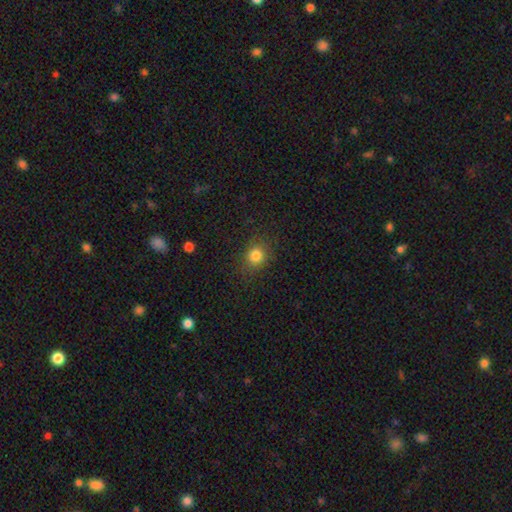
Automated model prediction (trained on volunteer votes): This is clearly a smooth galaxy (82%). How rounded: likely round (74%). Merging: clearly none (84%).